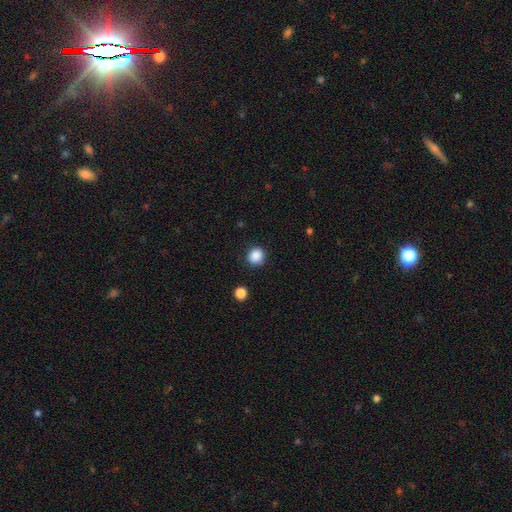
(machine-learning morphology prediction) Smooth or featured? Predicted: smooth (p=0.87). How rounded? Predicted: round (p=0.89). Merging? Predicted: none (p=0.89).